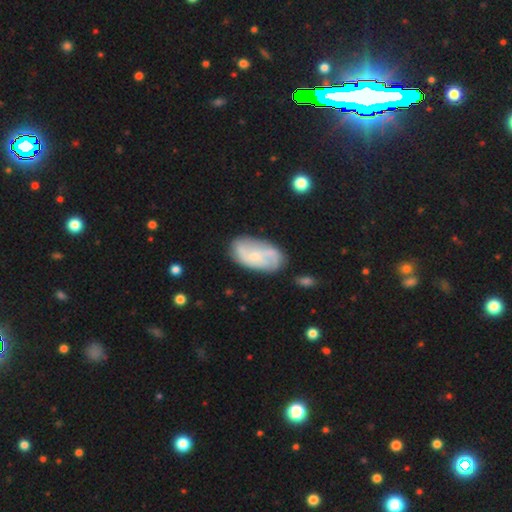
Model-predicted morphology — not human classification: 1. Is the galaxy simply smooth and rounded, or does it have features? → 58% featured or disk, 35% smooth, 6% star or artifact.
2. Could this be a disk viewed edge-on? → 95% no, 5% yes.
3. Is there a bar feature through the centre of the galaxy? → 62% no, 31% weak, 7% strong.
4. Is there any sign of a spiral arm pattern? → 78% yes, 22% no.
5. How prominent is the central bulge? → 68% small, 23% moderate, 6% none, 1% large, 1% dominant.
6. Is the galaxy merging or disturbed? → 68% none, 22% minor disturbance, 7% major disturbance, 4% merger.